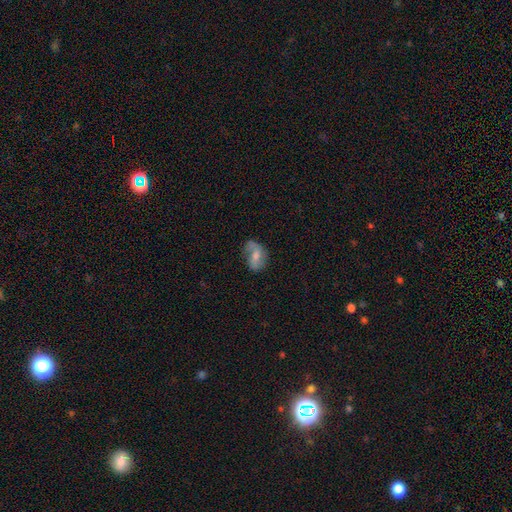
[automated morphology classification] type=smooth (46%); merging=none (47%).